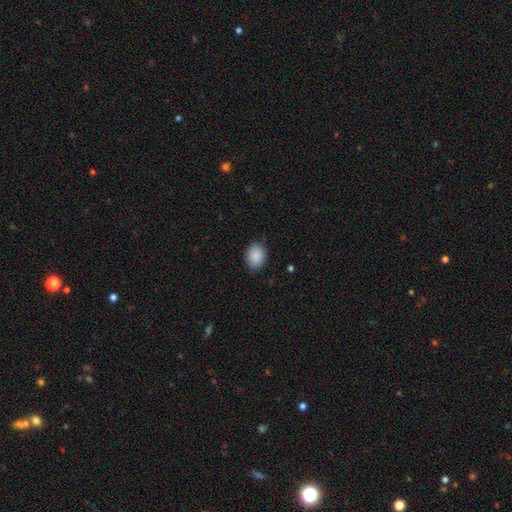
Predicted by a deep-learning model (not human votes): Smooth or featured: smooth — 90% (star or artifact — 7%)
How rounded: in between — 65% (round — 34%)
Merging: none — 85% (minor disturbance — 12%)